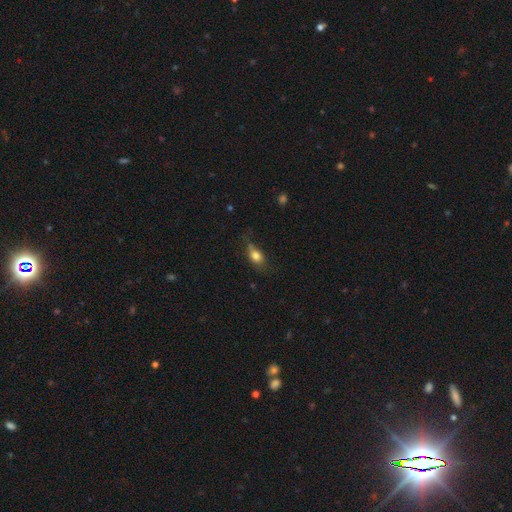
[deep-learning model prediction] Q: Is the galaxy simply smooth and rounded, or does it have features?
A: smooth — 80%.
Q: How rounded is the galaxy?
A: in between — 75%.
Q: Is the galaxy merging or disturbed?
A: none — 52%.